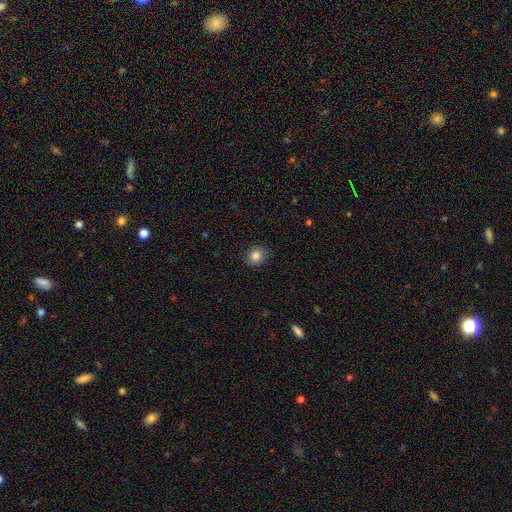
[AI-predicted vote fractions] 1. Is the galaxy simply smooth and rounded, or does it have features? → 84% smooth, 10% star or artifact, 5% featured or disk.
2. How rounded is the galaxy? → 78% round, 21% in between, 1% cigar-shaped.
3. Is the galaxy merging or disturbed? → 87% none, 10% minor disturbance, 2% major disturbance, 1% merger.